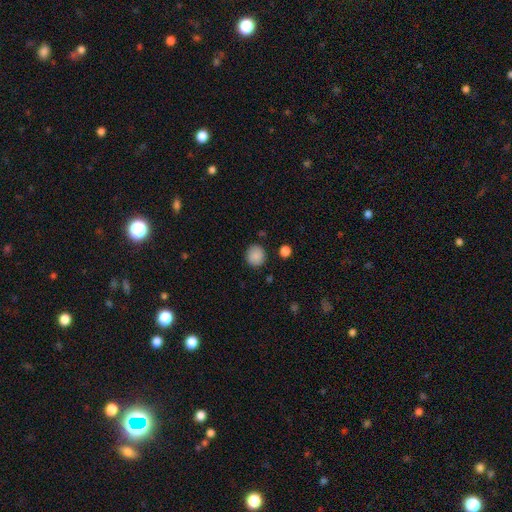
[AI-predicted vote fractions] This is clearly a smooth galaxy (87%). How rounded: clearly round (87%). Merging: clearly none (85%).